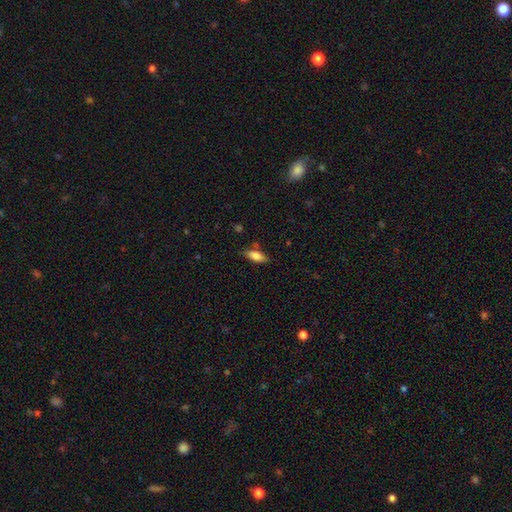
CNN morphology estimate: Smooth or featured?
  - smooth: 79% *
  - featured or disk: 14%
  - star or artifact: 7%
How rounded?
  - in between: 78% *
  - cigar-shaped: 20%
  - round: 3%
Merging?
  - none: 76% *
  - minor disturbance: 16%
  - merger: 5%
  - major disturbance: 4%